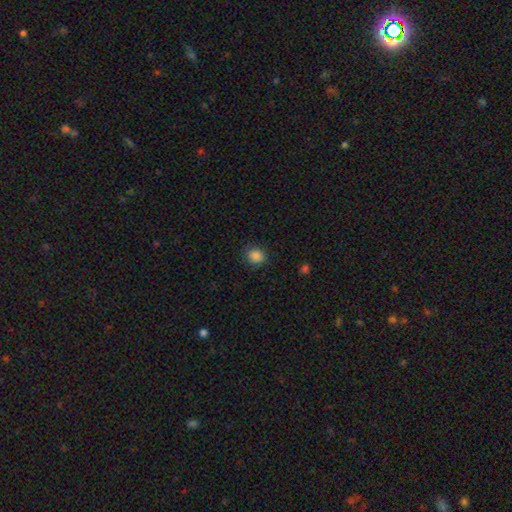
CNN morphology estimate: This appears to be a smooth galaxy with no disk features (86%) that is round (75%). Merging: none (86%).